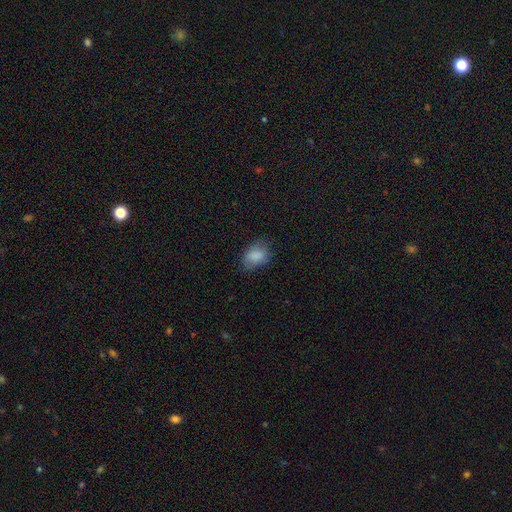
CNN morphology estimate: smooth_or_featured: smooth (p=0.86) [alt: star or artifact p=0.08]
how_rounded: in between (p=0.78) [alt: round p=0.20]
merging: none (p=0.72) [alt: minor disturbance p=0.21]